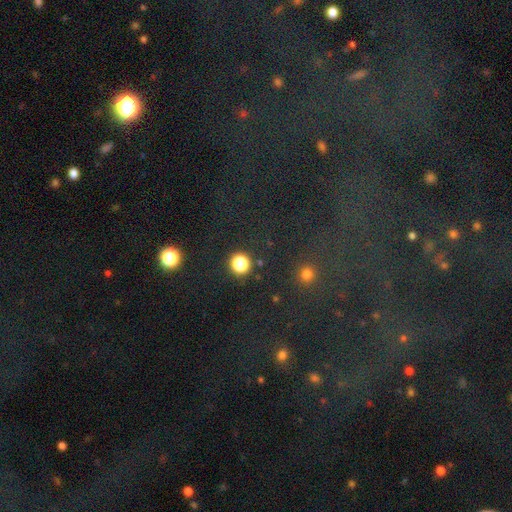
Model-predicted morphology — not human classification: Overall: star or artifact (69%).